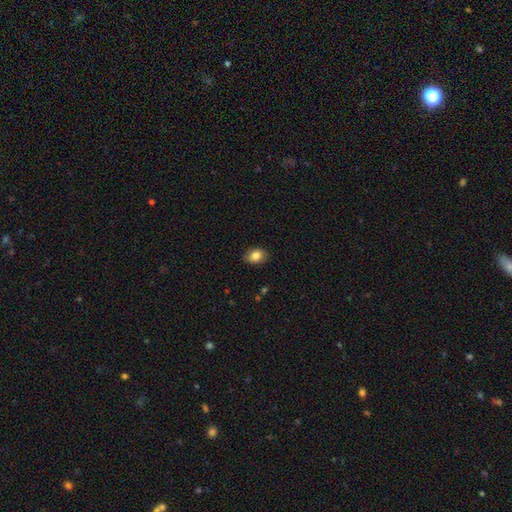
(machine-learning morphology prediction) This appears to be a smooth galaxy with no disk features (84%) that is in between round and cigar-shaped (74%). Merging: none (87%).